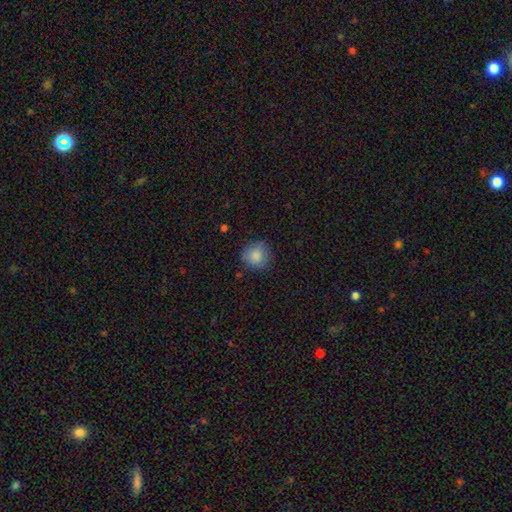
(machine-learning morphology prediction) smooth 86%, star or artifact 8%, featured or disk 5%. Down the decision tree: how rounded — round (91%); merging — none (81%).